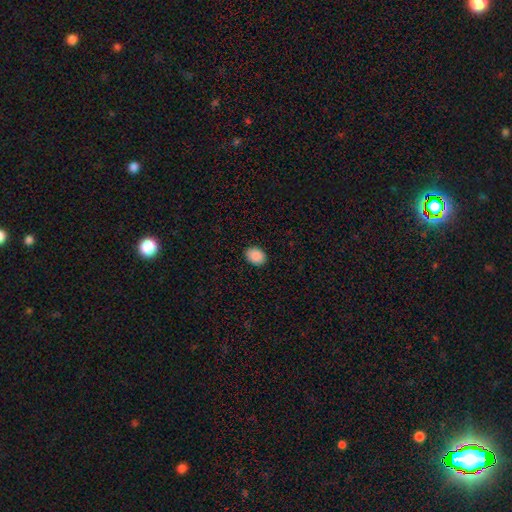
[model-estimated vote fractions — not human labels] Morphology: type=smooth (89%); roundness=in between (65%); merging=none (89%).